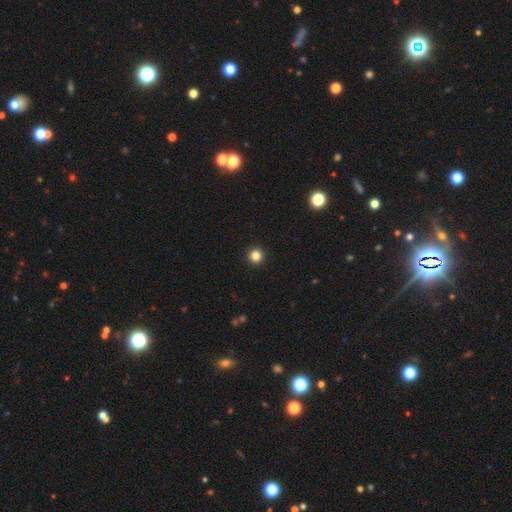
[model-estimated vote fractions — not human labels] smooth-or-featured: smooth: 83% | star or artifact: 12% | featured or disk: 5%
  how-rounded: round: 96% | in between: 3% | cigar-shaped: 1%
  merging: none: 94% | minor disturbance: 4% | major disturbance: 1% | merger: 1%